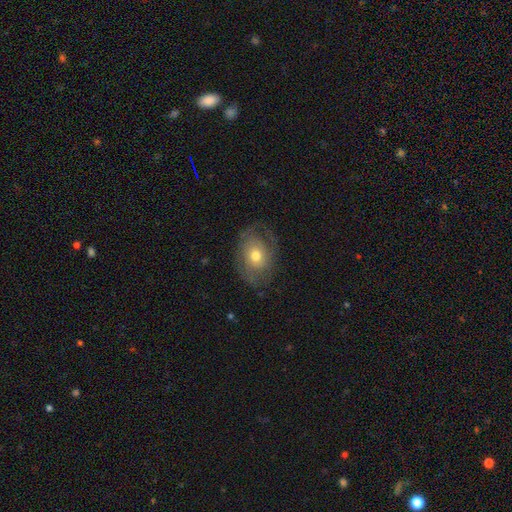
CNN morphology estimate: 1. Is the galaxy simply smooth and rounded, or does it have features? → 50% smooth, 41% featured or disk, 8% star or artifact.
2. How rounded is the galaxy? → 67% in between, 32% round, 1% cigar-shaped.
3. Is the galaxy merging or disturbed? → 66% none, 21% minor disturbance, 12% major disturbance, 1% merger.